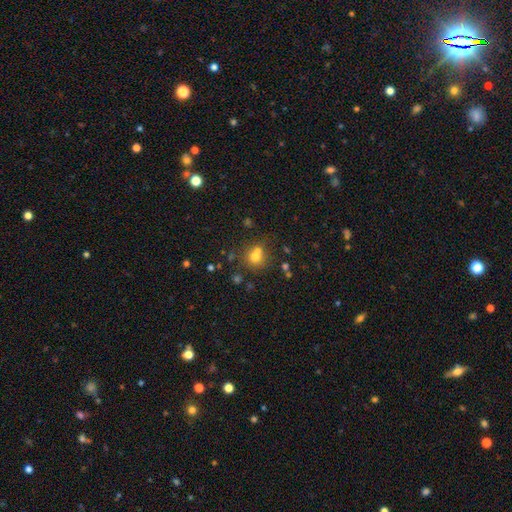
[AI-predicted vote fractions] Morphology: type=smooth (69%); roundness=round (82%); merging=none (47%).